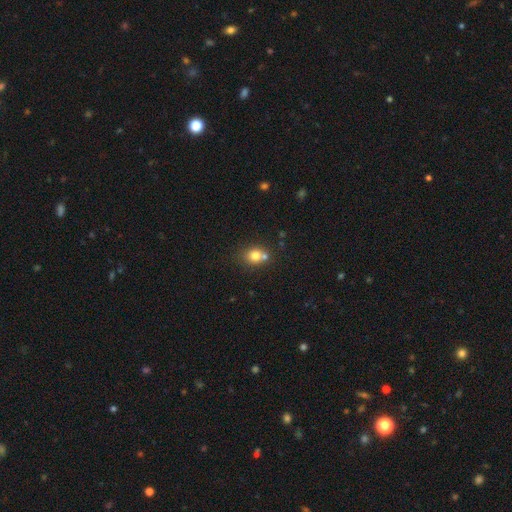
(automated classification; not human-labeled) This appears to be a smooth galaxy with no disk features (77%) that is round (70%). Merging: none (51%).